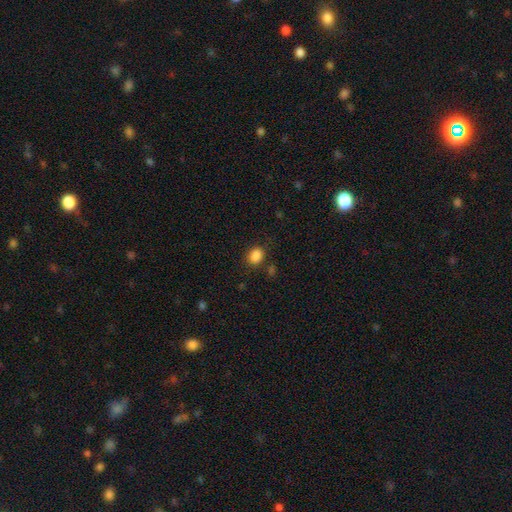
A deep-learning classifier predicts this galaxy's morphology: Smooth or featured? Predicted: smooth (p=0.86). How rounded? Predicted: in between (p=0.64). Merging? Predicted: none (p=0.78).